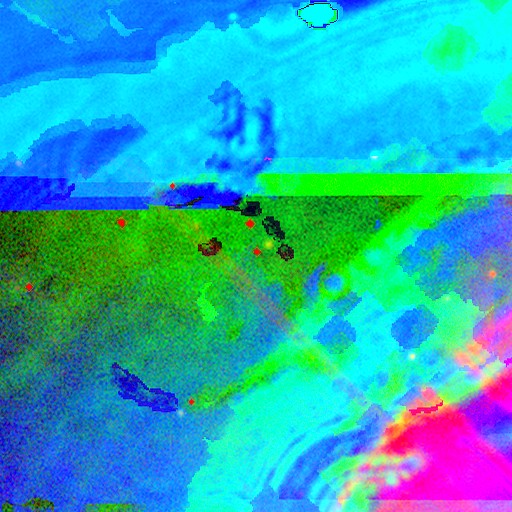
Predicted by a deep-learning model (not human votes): smooth-or-featured: star or artifact: 86% | featured or disk: 8% | smooth: 6%